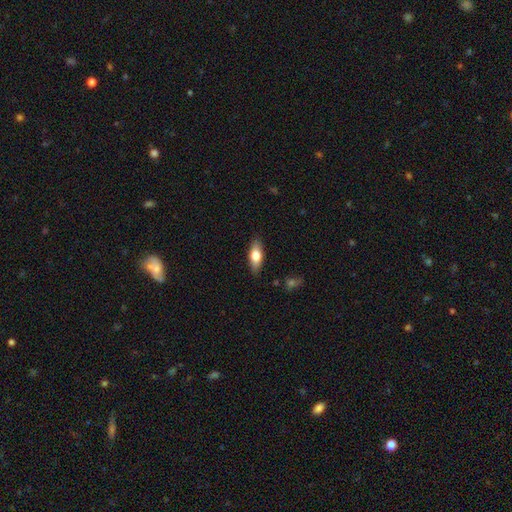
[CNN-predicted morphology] This appears to be a smooth galaxy with no disk features (70%) that is in between round and cigar-shaped (74%). Merging: none (87%).